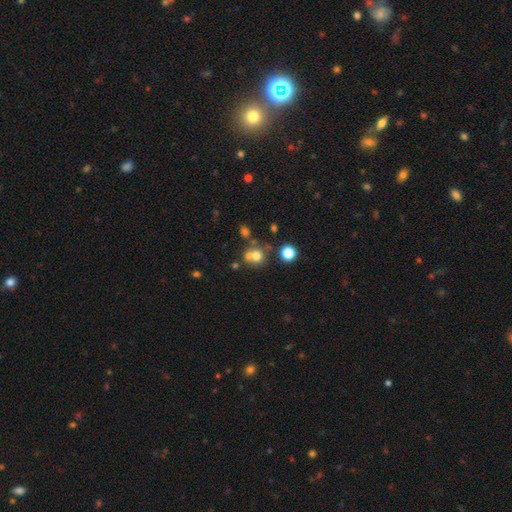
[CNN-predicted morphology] Smooth or featured: smooth — 67% (star or artifact — 17%)
How rounded: round — 83% (in between — 16%)
Merging: none — 50% (merger — 36%)